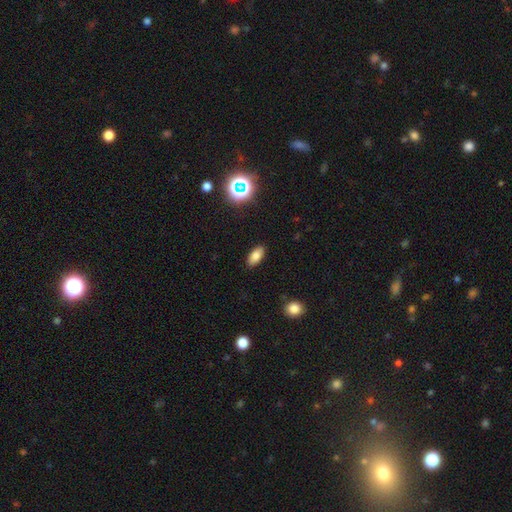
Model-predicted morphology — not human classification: This is likely a smooth galaxy (80%). How rounded: clearly in between (88%). Merging: clearly none (89%).